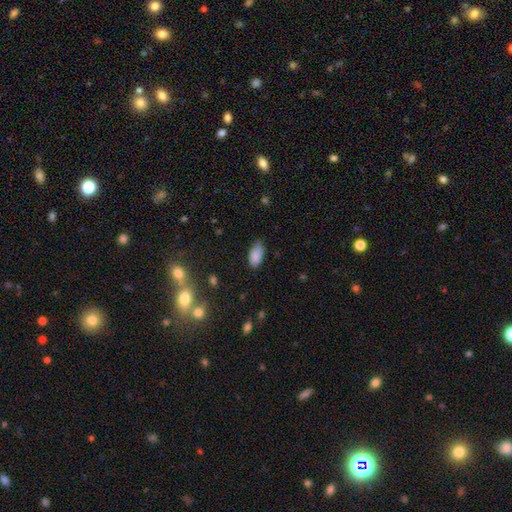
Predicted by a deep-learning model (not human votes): Smooth or featured: smooth — 86% (star or artifact — 8%)
How rounded: in between — 92% (cigar-shaped — 5%)
Merging: none — 70% (minor disturbance — 24%)